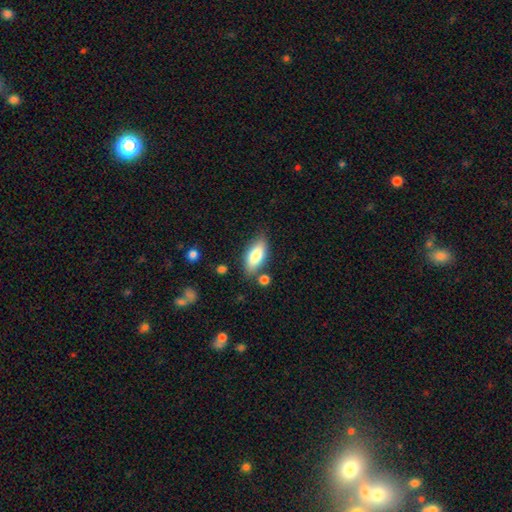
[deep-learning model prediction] A smooth galaxy with no disk features (78%) that is in between round and cigar-shaped (83%). Merging: none (75%).